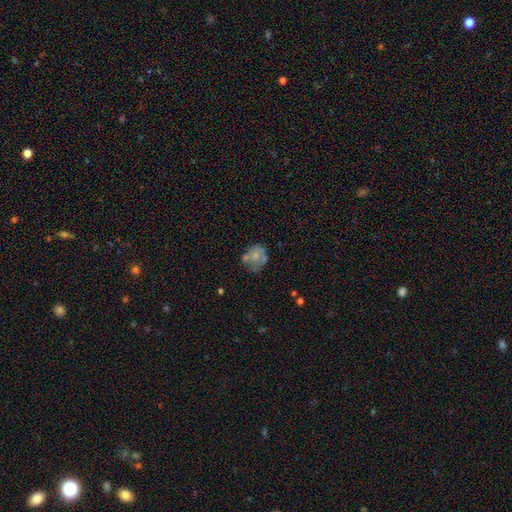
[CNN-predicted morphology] This is possibly a smooth galaxy (53%). How rounded: likely round (63%). Merging: marginally none (44%).